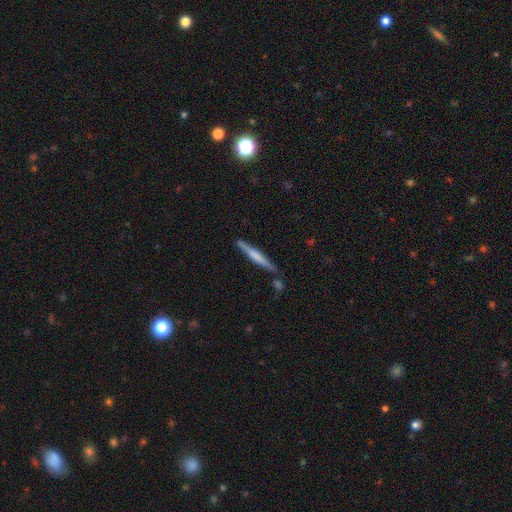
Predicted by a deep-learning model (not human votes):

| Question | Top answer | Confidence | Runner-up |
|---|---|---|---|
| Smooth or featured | smooth | 48% | featured or disk (46%) |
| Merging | none | 79% | minor disturbance (13%) |